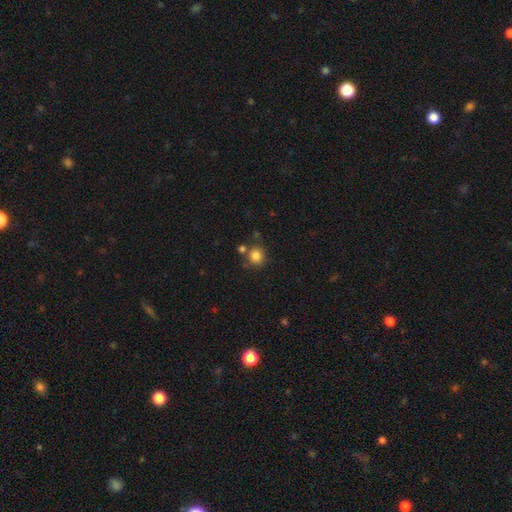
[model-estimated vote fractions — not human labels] Smooth or featured? Predicted: smooth (p=0.84). How rounded? Predicted: round (p=0.84). Merging? Predicted: none (p=0.69).